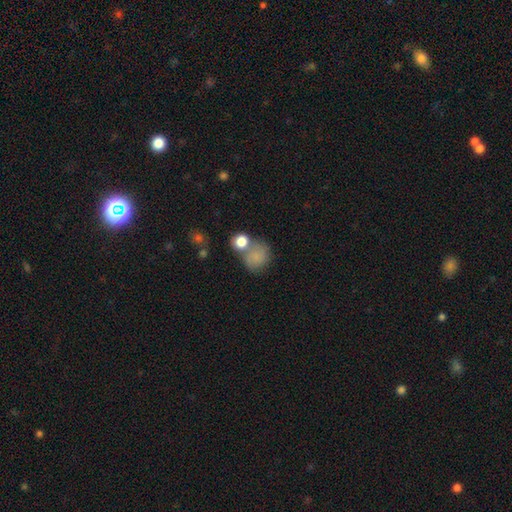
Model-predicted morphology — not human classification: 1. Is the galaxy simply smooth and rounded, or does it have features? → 78% smooth, 12% featured or disk, 11% star or artifact.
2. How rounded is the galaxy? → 72% round, 27% in between, 1% cigar-shaped.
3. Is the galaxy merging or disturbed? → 46% none, 28% merger, 17% minor disturbance, 9% major disturbance.